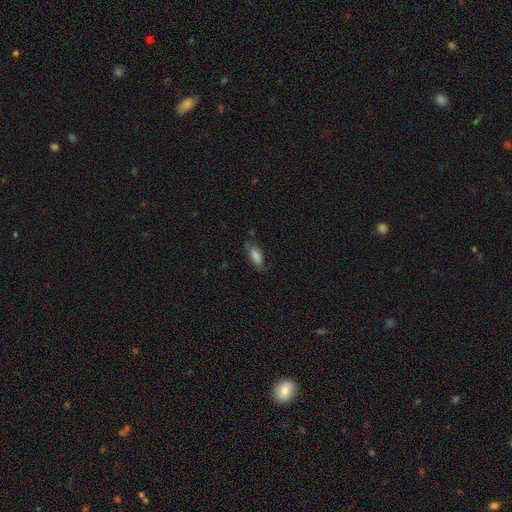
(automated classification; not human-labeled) Smooth or featured: smooth — 77% (featured or disk — 15%)
How rounded: in between — 78% (cigar-shaped — 20%)
Merging: none — 64% (minor disturbance — 26%)